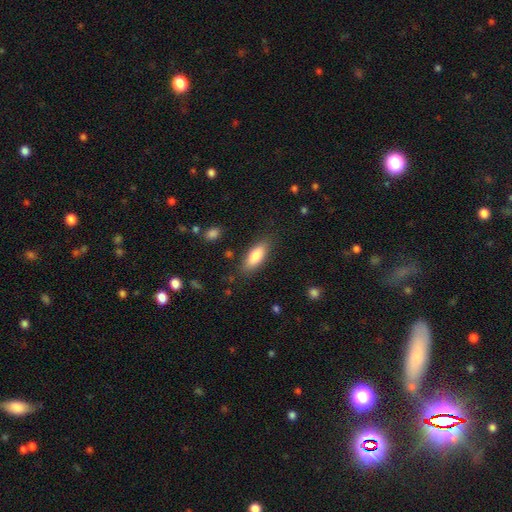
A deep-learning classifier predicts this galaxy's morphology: smooth 82%, featured or disk 12%, star or artifact 6%. Down the decision tree: how rounded — in between (70%); merging — none (83%).